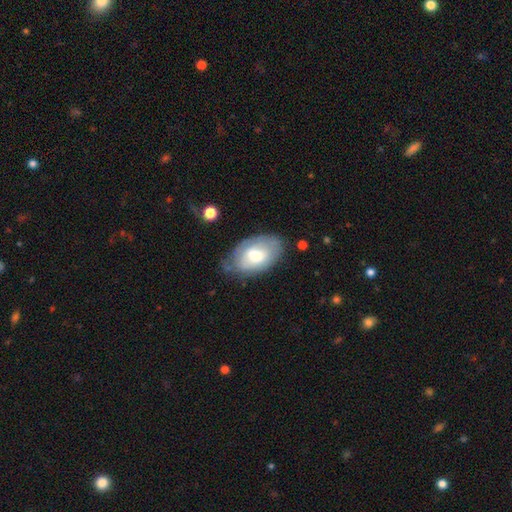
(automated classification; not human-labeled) Smooth or featured: smooth — 58% (featured or disk — 36%)
How rounded: in between — 92% (round — 6%)
Merging: none — 60% (minor disturbance — 28%)